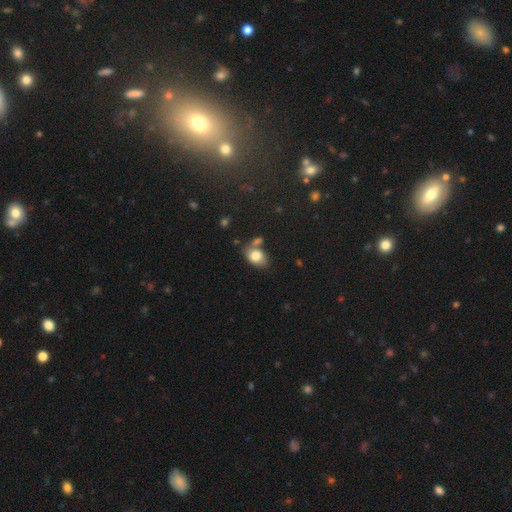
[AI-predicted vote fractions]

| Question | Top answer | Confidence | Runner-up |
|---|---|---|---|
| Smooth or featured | smooth | 80% | featured or disk (12%) |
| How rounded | in between | 79% | round (20%) |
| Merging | none | 55% | merger (23%) |